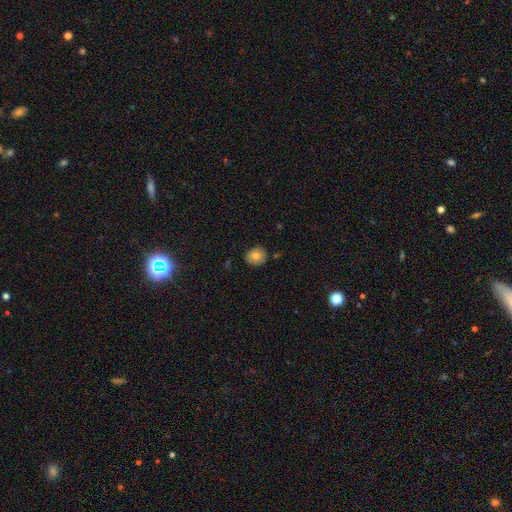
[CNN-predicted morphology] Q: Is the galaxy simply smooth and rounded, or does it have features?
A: smooth — 78%.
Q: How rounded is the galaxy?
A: round — 83%.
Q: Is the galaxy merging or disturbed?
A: none — 86%.